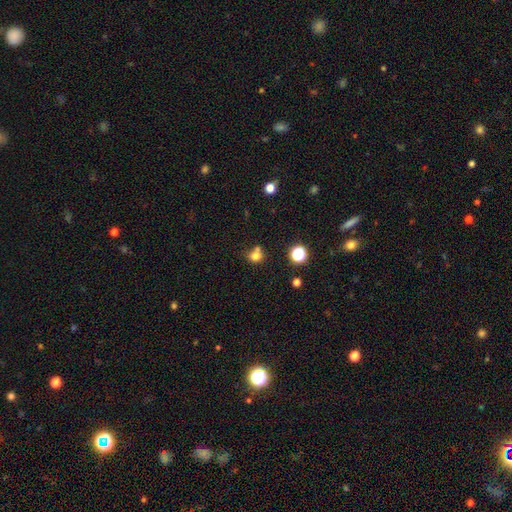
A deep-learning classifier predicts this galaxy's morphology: Smooth or featured? Predicted: smooth (p=0.76). How rounded? Predicted: round (p=0.80). Merging? Predicted: none (p=0.54).